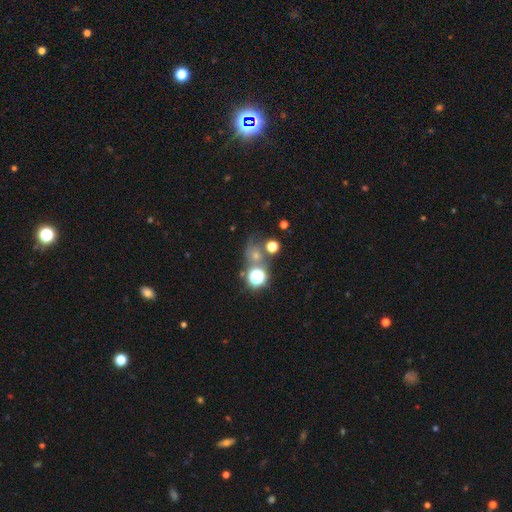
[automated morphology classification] The model was most divided on "smooth or featured": smooth: 51%, star or artifact: 34%, featured or disk: 15%. More confident: how rounded — round (79%); merging — none (52%).